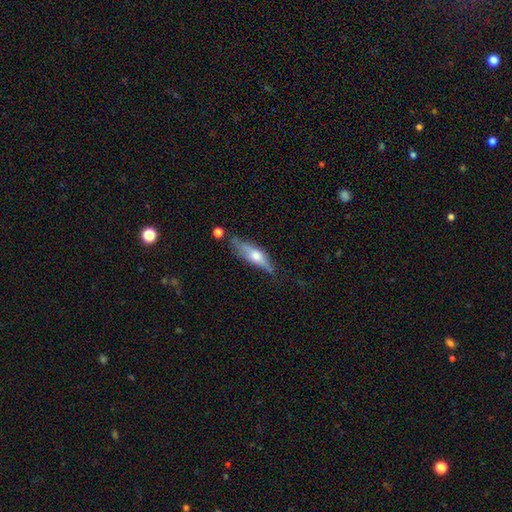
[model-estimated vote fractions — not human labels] A featured or disk galaxy (49%). Merging: none (60%).